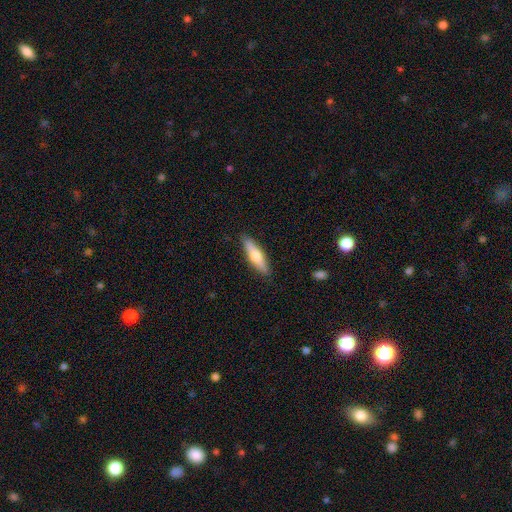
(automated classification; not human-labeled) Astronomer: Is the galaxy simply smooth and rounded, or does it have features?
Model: smooth — 62%.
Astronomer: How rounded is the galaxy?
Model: cigar-shaped — 70%.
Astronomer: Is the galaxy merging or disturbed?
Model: none — 88%.